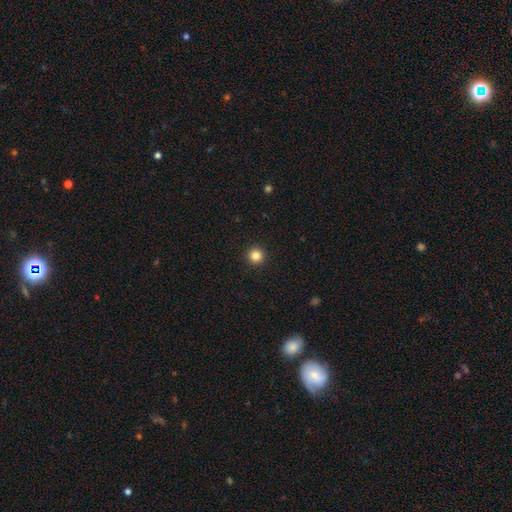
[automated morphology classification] The model was most divided on "smooth or featured": smooth: 84%, star or artifact: 12%, featured or disk: 4%. More confident: how rounded — round (96%); merging — none (94%).